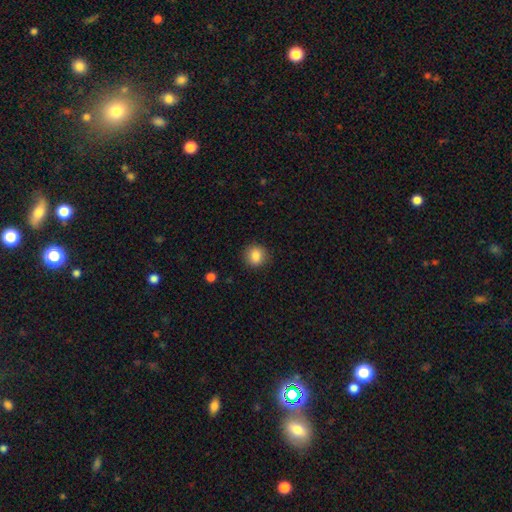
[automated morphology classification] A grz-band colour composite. It shows a smooth galaxy with no disk features (85%) that is round (85%). Merging: none (87%).